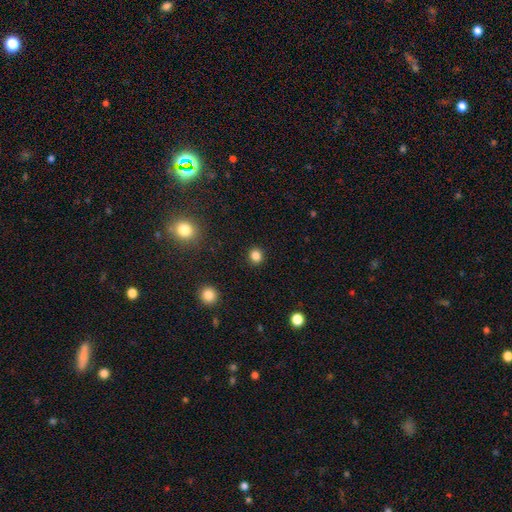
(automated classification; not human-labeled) Morphology: type=smooth (84%); roundness=round (83%); merging=none (91%).